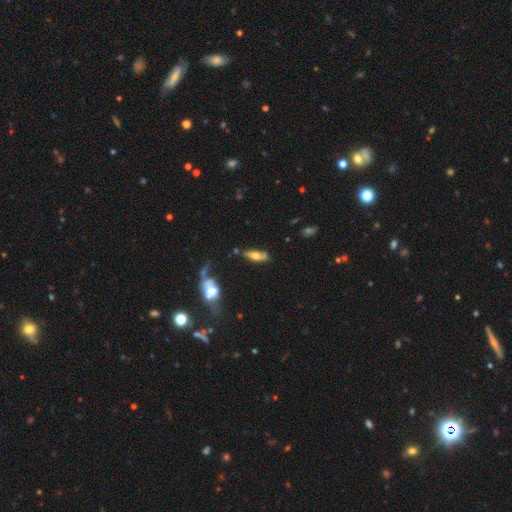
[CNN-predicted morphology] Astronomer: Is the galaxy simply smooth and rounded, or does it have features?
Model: smooth — 47% (runner-up: featured or disk, 45%).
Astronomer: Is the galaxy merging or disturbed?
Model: none — 65%.